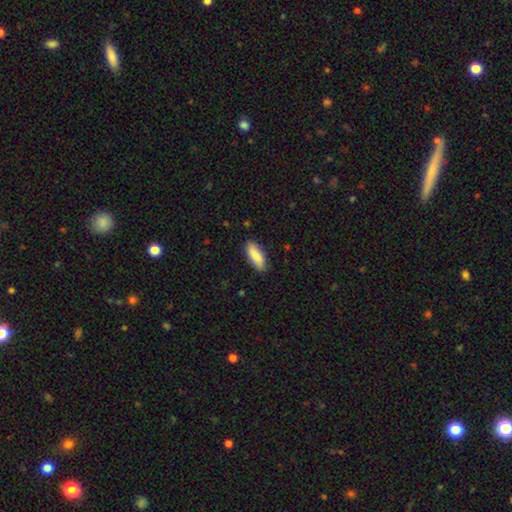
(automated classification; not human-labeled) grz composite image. It shows a smooth galaxy with no disk features (87%) that is in between round and cigar-shaped (70%). Merging: none (85%).